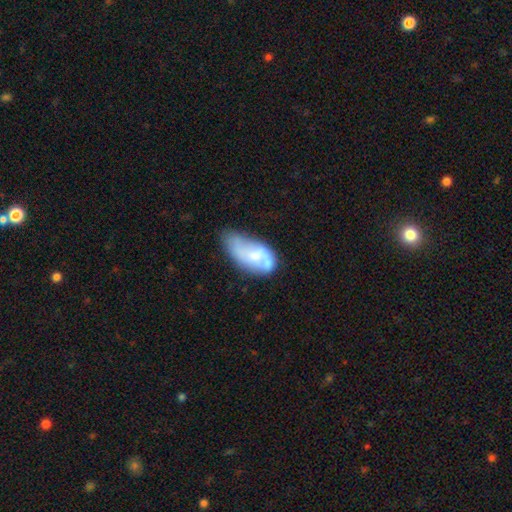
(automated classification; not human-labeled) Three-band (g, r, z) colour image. It shows a smooth galaxy with no disk features (51%) that is in between round and cigar-shaped (92%). Merging: minor disturbance (36%).